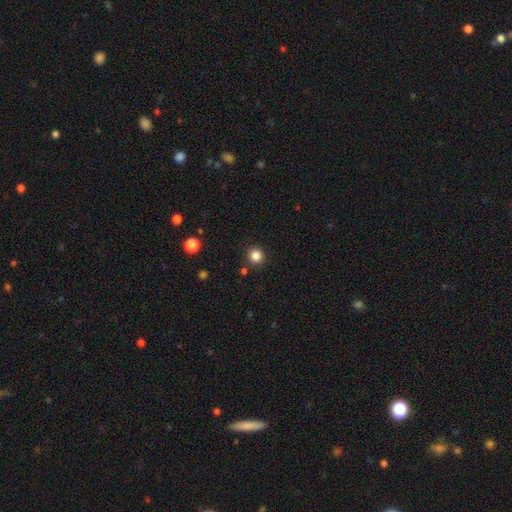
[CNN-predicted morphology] Smooth or featured? smooth (84%)
How rounded? round (94%)
Merging? none (90%)